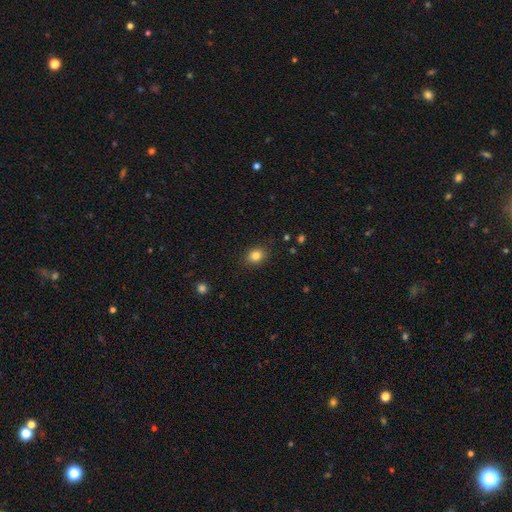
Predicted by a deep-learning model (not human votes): This appears to be a smooth galaxy with no disk features (83%) that is round (56%). Merging: none (86%).